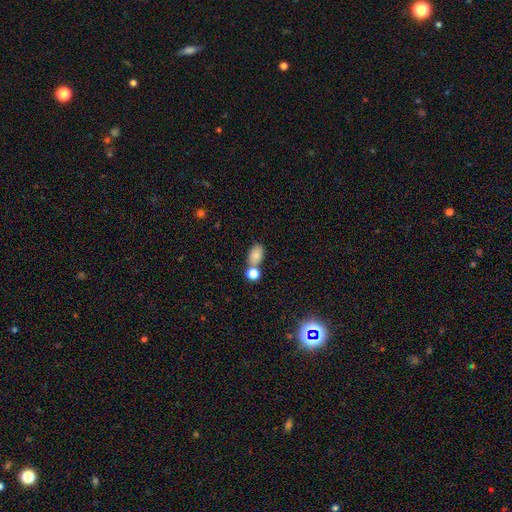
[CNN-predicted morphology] Smooth or featured? smooth (83%)
How rounded? in between (85%)
Merging? none (53%)